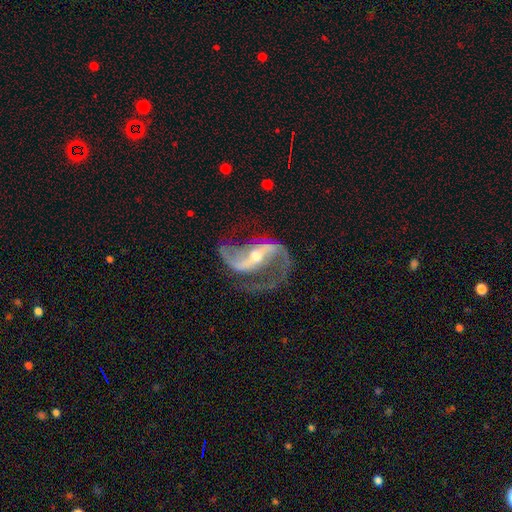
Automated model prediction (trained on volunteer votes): Smooth or featured? Predicted: featured or disk (p=0.93). Edge-on disk? Predicted: no (p=0.97). Bar? Predicted: strong (p=0.49). Spiral arms? Predicted: yes (p=0.98). Spiral winding? Predicted: loose (p=0.55). Spiral arm count? Predicted: 2 (p=0.93). Bulge size? Predicted: small (p=0.49). Merging? Predicted: none (p=0.68).